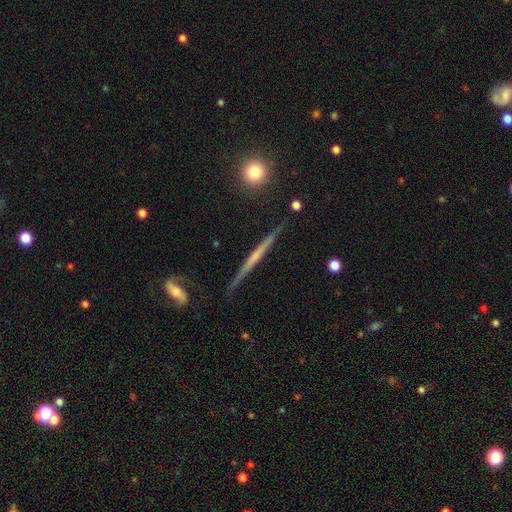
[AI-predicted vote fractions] featured or disk 70%, smooth 24%, star or artifact 6%. Down the decision tree: edge-on disk — yes (97%); edge-on bulge — none (79%); merging — none (86%).